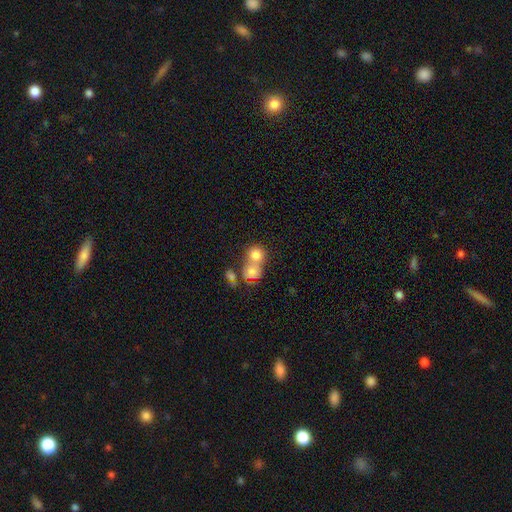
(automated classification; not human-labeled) This appears to be a smooth galaxy with no disk features (78%) that is round (80%). Merging: merger (57%).